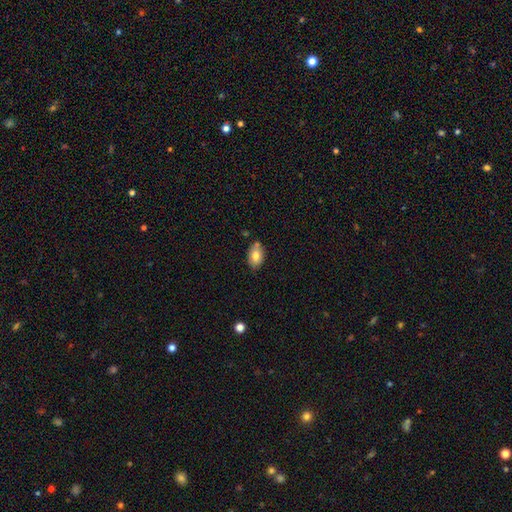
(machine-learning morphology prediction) smooth-or-featured: smooth: 79% | featured or disk: 13% | star or artifact: 8%
  how-rounded: in between: 88% | round: 11% | cigar-shaped: 1%
  merging: none: 70% | minor disturbance: 18% | merger: 9% | major disturbance: 3%